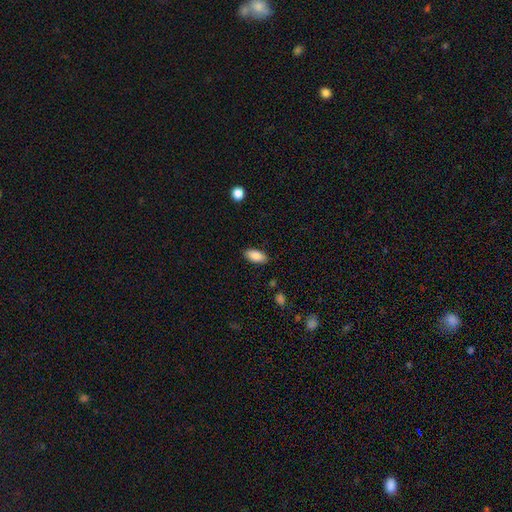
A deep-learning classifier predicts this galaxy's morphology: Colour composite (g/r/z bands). It shows a smooth galaxy with no disk features (89%) that is in between round and cigar-shaped (93%). Merging: none (87%).